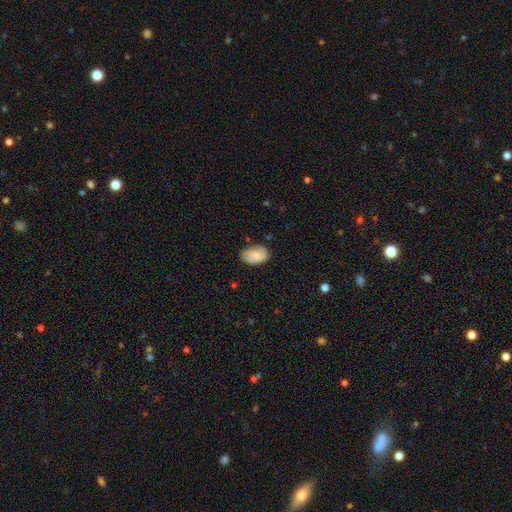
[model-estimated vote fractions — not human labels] This appears to be a smooth galaxy with no disk features (77%) that is in between round and cigar-shaped (89%). Merging: none (64%).